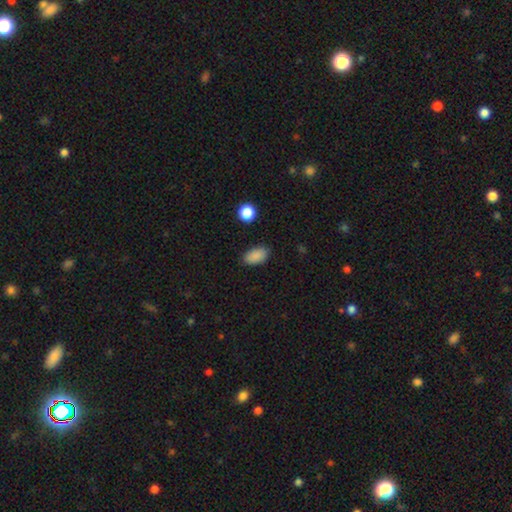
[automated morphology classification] Overall: smooth (88%). How rounded: in between (91%). Merging: none (84%).